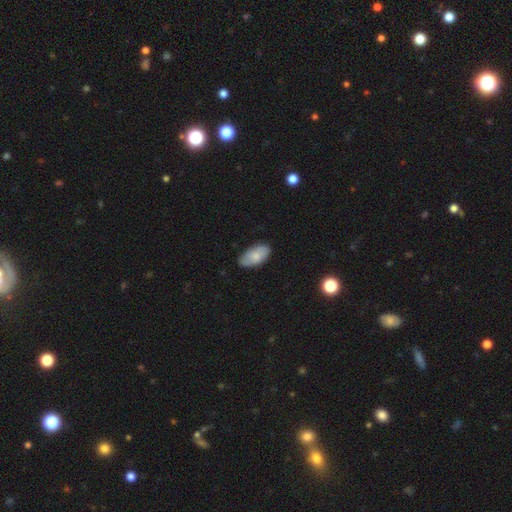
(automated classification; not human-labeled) This appears to be a smooth galaxy with no disk features (74%) that is in between round and cigar-shaped (94%). Merging: none (75%).